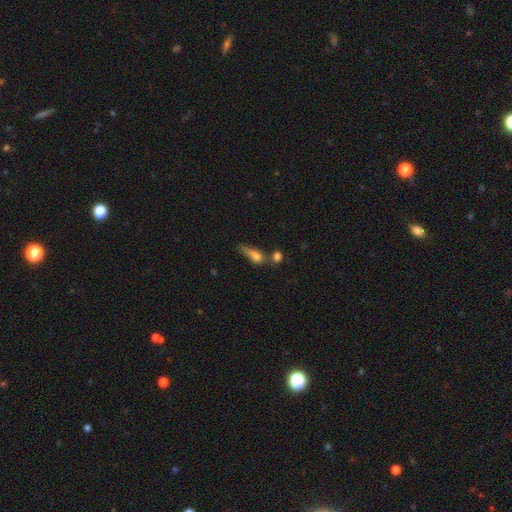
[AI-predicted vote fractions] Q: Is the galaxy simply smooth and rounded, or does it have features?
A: smooth — 70%.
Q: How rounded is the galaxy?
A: in between — 51%.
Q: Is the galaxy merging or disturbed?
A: merger — 31%.